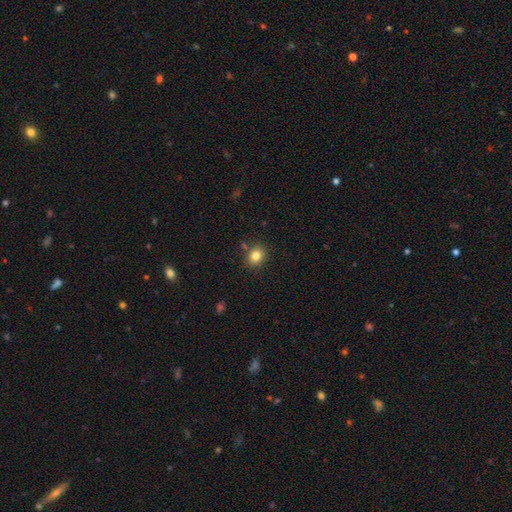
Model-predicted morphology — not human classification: smooth_or_featured: smooth (p=0.83) [alt: star or artifact p=0.11]
how_rounded: round (p=0.61) [alt: in between p=0.38]
merging: none (p=0.83) [alt: minor disturbance p=0.10]